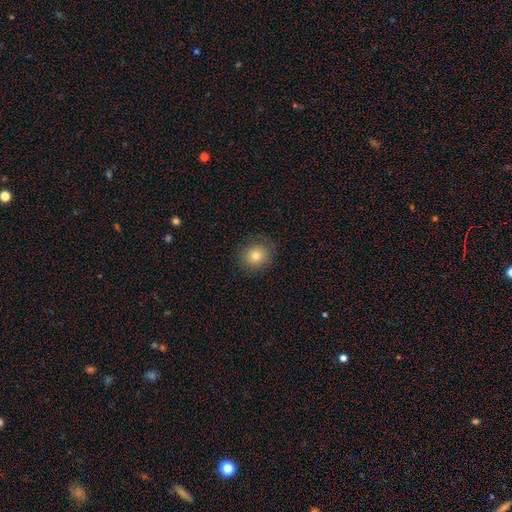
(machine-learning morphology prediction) smooth_or_featured: smooth (p=0.79) [alt: star or artifact p=0.12]
how_rounded: round (p=0.82) [alt: in between p=0.18]
merging: none (p=0.86) [alt: minor disturbance p=0.10]